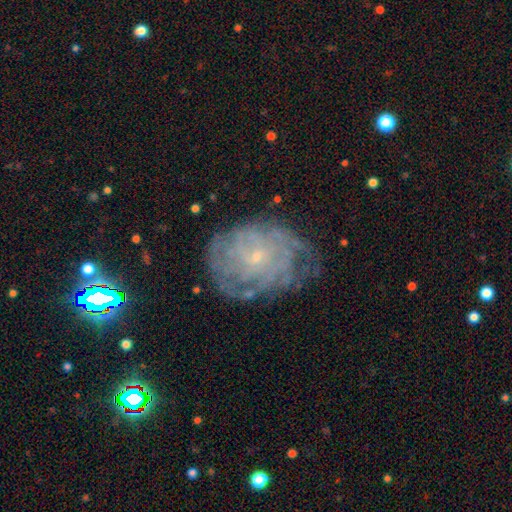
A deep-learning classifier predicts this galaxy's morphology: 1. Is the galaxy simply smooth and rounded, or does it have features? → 72% featured or disk, 18% smooth, 10% star or artifact.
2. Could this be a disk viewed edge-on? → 97% no, 3% yes.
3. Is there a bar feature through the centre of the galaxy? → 78% no, 19% weak, 4% strong.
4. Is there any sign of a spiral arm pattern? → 80% yes, 20% no.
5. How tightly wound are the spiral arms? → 70% tight, 22% medium, 8% loose.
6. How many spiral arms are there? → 57% can't tell, 12% 4, 11% more than 4, 7% 2, 7% 3, 5% 1.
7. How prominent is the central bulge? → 85% small, 8% moderate, 4% none, 1% large, 1% dominant.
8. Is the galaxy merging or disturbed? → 63% none, 23% minor disturbance, 12% major disturbance, 2% merger.